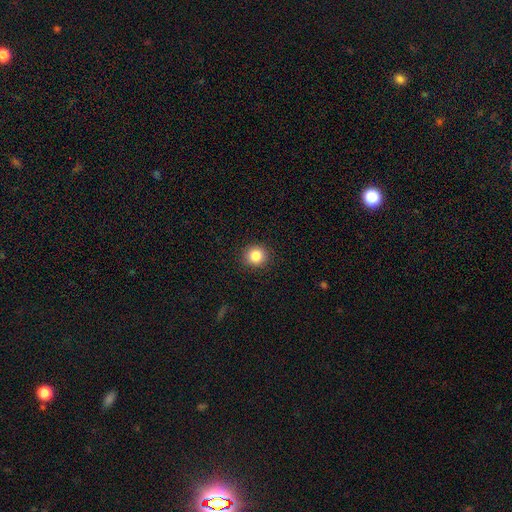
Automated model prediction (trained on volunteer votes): smooth-or-featured: smooth: 84% | star or artifact: 11% | featured or disk: 6%
  how-rounded: round: 90% | in between: 9% | cigar-shaped: 1%
  merging: none: 92% | minor disturbance: 6% | major disturbance: 2% | merger: 1%